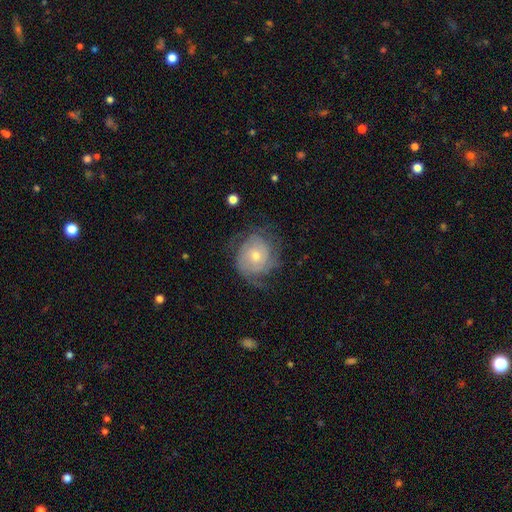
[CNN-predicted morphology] featured or disk 71%, smooth 21%, star or artifact 8%. Down the decision tree: edge-on disk — no (97%); bar — no (80%); spiral arms — yes (87%); spiral arm count — can't tell (40%); spiral winding — tight (59%); bulge size — small (51%); merging — none (63%).